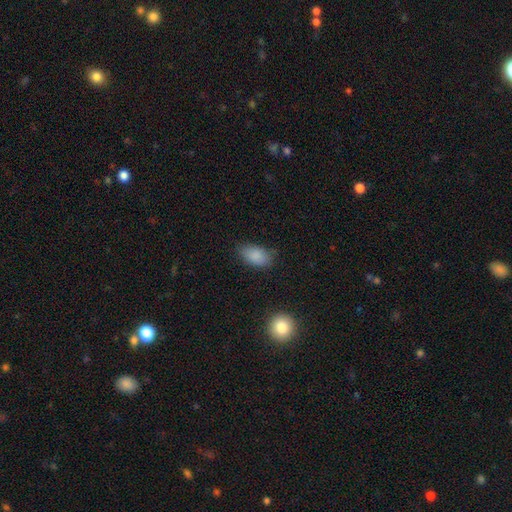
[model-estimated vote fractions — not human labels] The model was most divided on "merging": none: 74%, minor disturbance: 20%, major disturbance: 4%, merger: 2%. More confident: how rounded — in between (91%); smooth or featured — smooth (87%).